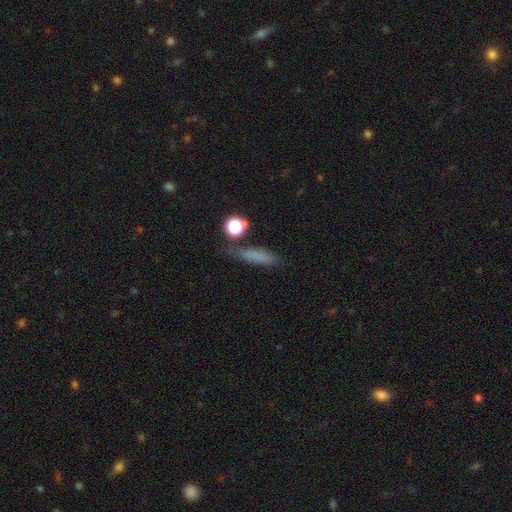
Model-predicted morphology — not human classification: smooth-or-featured: smooth: 71% | featured or disk: 15% | star or artifact: 14%
  how-rounded: cigar-shaped: 64% | in between: 27% | round: 8%
  merging: none: 70% | minor disturbance: 17% | major disturbance: 7% | merger: 6%